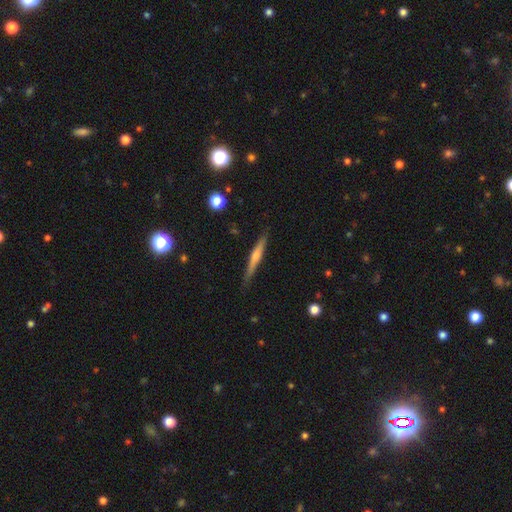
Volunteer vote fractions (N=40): Smooth or featured?
  - featured or disk: 70% *
  - smooth: 28%
  - star or artifact: 2%
Edge-on disk?
  - yes: 100% *
  - no: 0%
Edge-on bulge?
  - rounded: 71% *
  - none: 25%
  - boxy: 4%
Merging?
  - none: 82% *
  - minor disturbance: 8%
  - merger: 8%
  - major disturbance: 3%